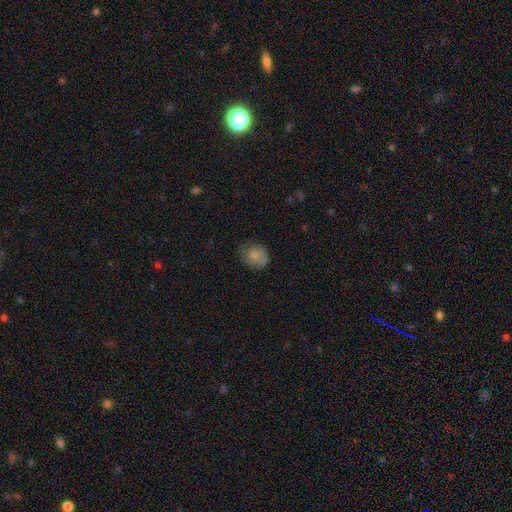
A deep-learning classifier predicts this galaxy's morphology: This is likely a smooth galaxy (75%). How rounded: likely round (67%). Merging: possibly none (58%).